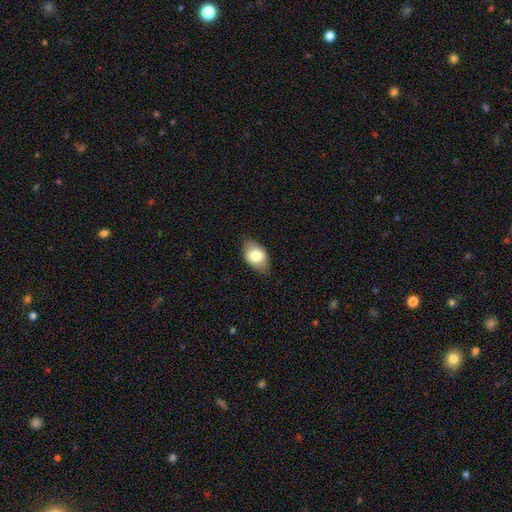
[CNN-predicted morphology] The model was most divided on "smooth or featured": smooth: 74%, featured or disk: 19%, star or artifact: 7%. More confident: how rounded — in between (86%); merging — none (80%).